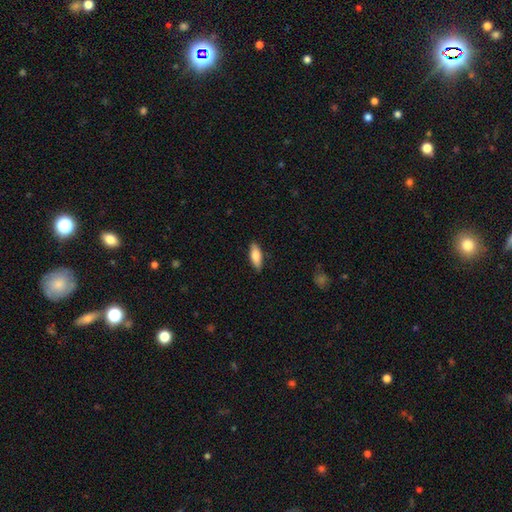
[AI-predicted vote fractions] Smooth or featured?
  - smooth: 79% *
  - featured or disk: 15%
  - star or artifact: 6%
How rounded?
  - in between: 67% *
  - cigar-shaped: 31%
  - round: 2%
Merging?
  - none: 86% *
  - minor disturbance: 11%
  - major disturbance: 2%
  - merger: 1%